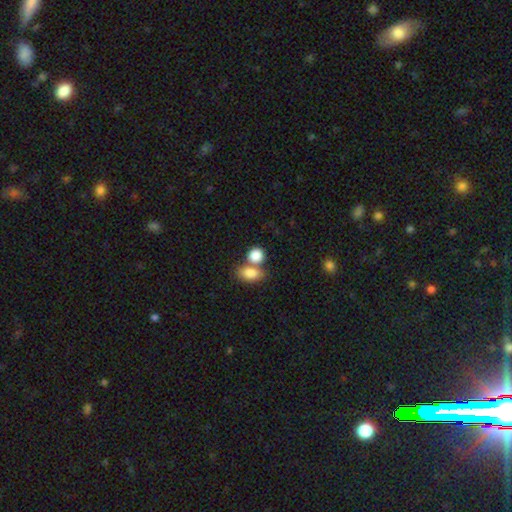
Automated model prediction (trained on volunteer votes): smooth 85%, star or artifact 8%, featured or disk 7%. Down the decision tree: how rounded — round (50%); merging — merger (46%).